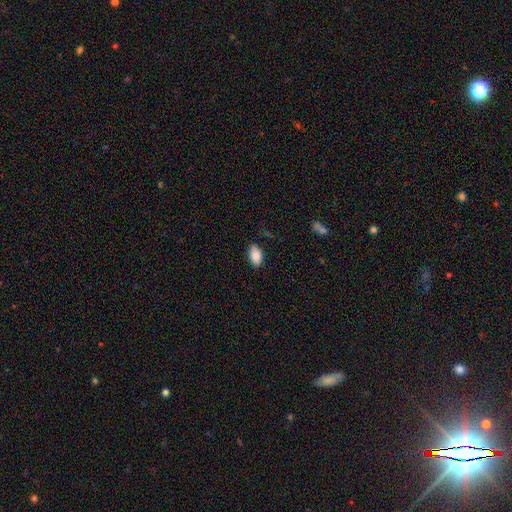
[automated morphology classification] smooth 87%, star or artifact 7%, featured or disk 6%. Down the decision tree: how rounded — in between (94%); merging — none (82%).